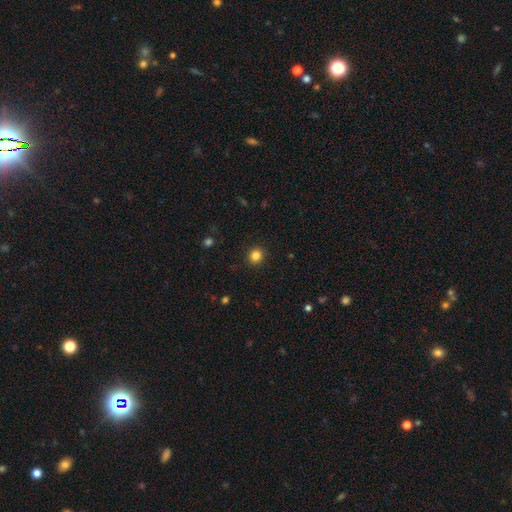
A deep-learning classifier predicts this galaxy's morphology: Smooth or featured? smooth (84%)
How rounded? round (87%)
Merging? none (91%)